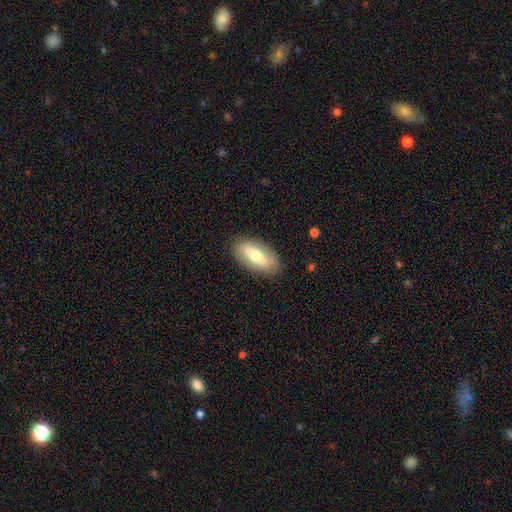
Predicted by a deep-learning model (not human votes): The model was most divided on "smooth or featured": smooth: 60%, featured or disk: 34%, star or artifact: 6%. More confident: merging — none (87%); how rounded — in between (81%).